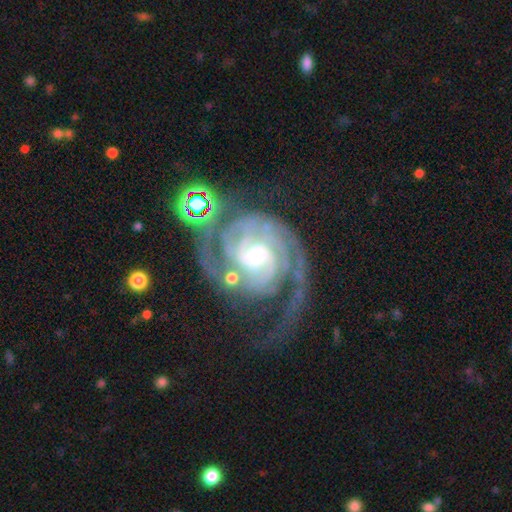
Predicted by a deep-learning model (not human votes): Smooth or featured?
  - featured or disk: 91% *
  - star or artifact: 5%
  - smooth: 4%
Edge-on disk?
  - no: 98% *
  - yes: 2%
Bar?
  - no: 47% *
  - weak: 38%
  - strong: 15%
Spiral arms?
  - yes: 98% *
  - no: 2%
Spiral winding?
  - tight: 59% *
  - medium: 34%
  - loose: 7%
Spiral arm count?
  - 2: 56% *
  - 3: 16%
  - can't tell: 11%
  - 4: 6%
  - 1: 6%
  - more than 4: 5%
Bulge size?
  - moderate: 49% *
  - small: 28%
  - large: 16%
  - none: 5%
  - dominant: 2%
Merging?
  - none: 51% *
  - major disturbance: 22%
  - minor disturbance: 19%
  - merger: 8%